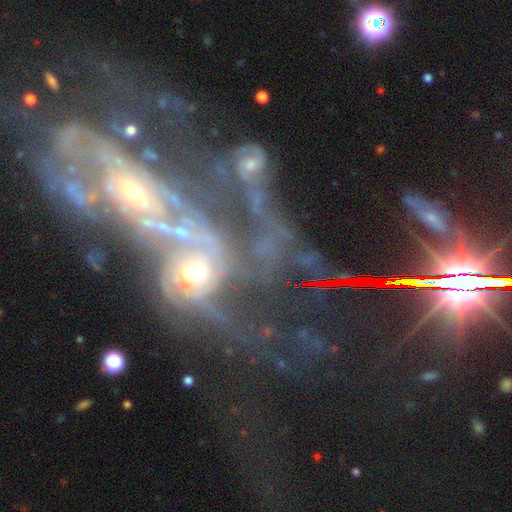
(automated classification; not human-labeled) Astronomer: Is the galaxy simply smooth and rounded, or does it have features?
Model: featured or disk — 68%.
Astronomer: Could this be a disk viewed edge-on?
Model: no — 94%.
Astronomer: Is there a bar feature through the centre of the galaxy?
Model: no — 70%.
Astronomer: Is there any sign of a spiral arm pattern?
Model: yes — 67%.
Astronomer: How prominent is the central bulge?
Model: moderate — 43% (runner-up: small, 38%).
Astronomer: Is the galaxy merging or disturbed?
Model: merger — 66%.